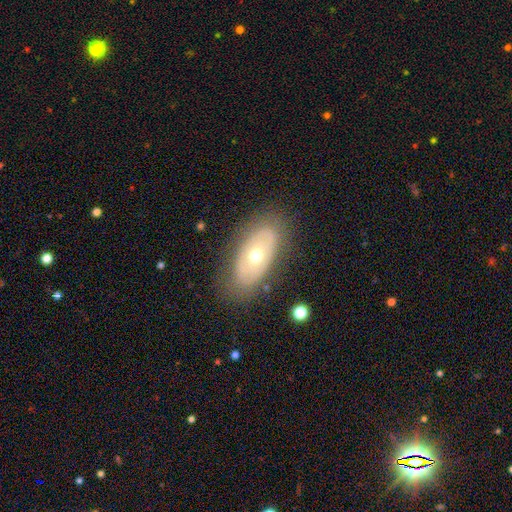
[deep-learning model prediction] The model was most divided on "smooth or featured": featured or disk: 52%, smooth: 42%, star or artifact: 7%. More confident: edge-on disk — no (86%); merging — none (81%).